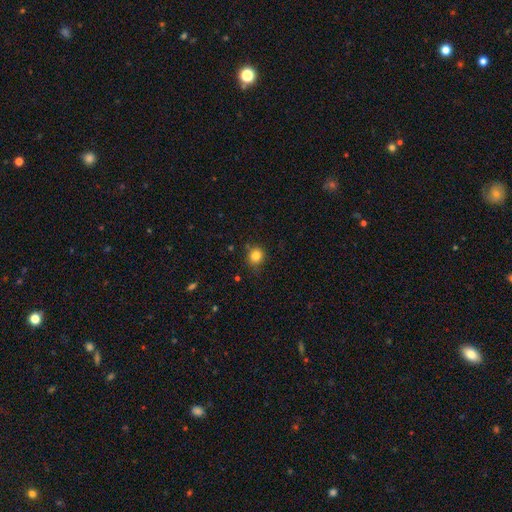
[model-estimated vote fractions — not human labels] The model was most divided on "merging": none: 83%, minor disturbance: 12%, major disturbance: 3%, merger: 2%. More confident: how rounded — round (86%); smooth or featured — smooth (83%).